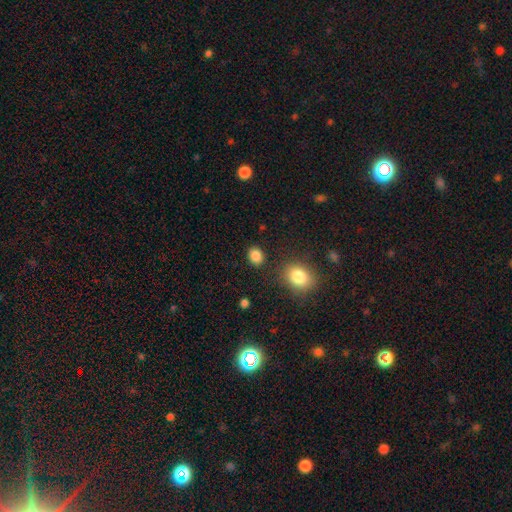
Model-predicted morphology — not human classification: smooth 86%, star or artifact 10%, featured or disk 4%. Down the decision tree: how rounded — round (52%); merging — none (85%).